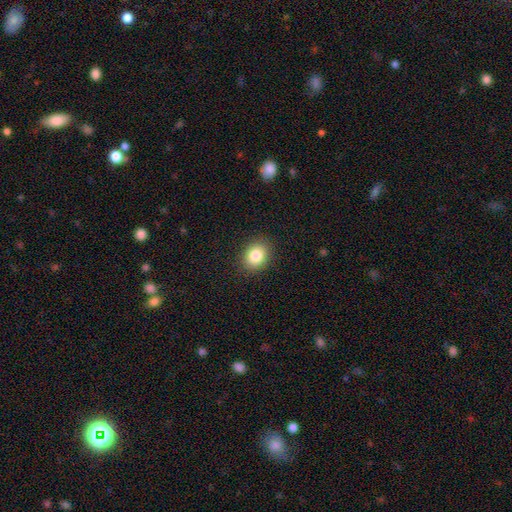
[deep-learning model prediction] A smooth galaxy with no disk features (84%) that is round (50%, tied with in between). Merging: none (89%).